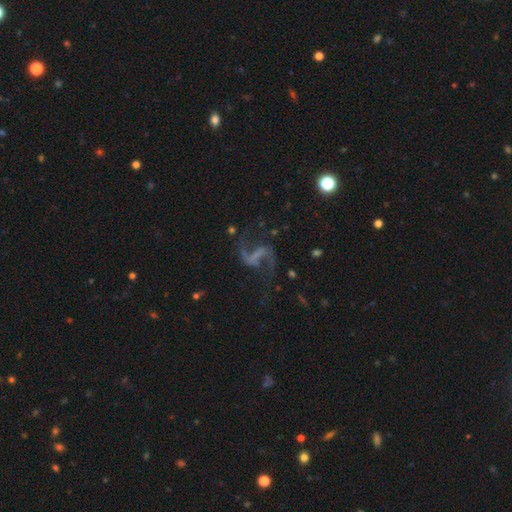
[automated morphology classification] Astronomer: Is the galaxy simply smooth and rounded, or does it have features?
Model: featured or disk — 85%.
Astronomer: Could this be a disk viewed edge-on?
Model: no — 98%.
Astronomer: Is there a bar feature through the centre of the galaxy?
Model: strong — 43% (runner-up: weak, 39%).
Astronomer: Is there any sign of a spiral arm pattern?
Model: yes — 95%.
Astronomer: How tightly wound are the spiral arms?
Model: loose — 74%.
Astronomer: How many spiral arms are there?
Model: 2 — 93%.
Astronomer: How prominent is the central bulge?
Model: none — 65%.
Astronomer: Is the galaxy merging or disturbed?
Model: none — 67%.